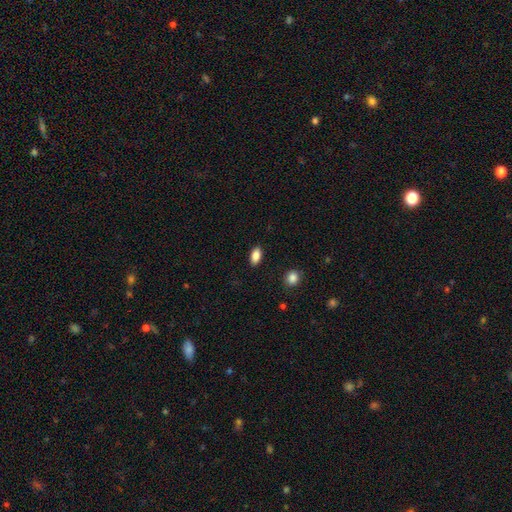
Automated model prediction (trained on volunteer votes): Smooth or featured: smooth — 87% (star or artifact — 8%)
How rounded: in between — 89% (cigar-shaped — 6%)
Merging: none — 88% (minor disturbance — 8%)